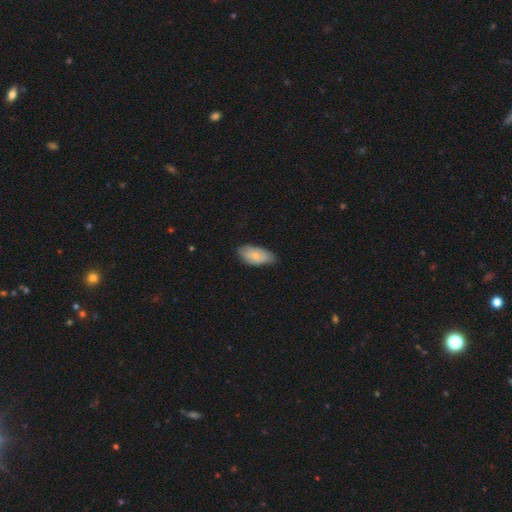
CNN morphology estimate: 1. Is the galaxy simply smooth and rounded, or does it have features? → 76% smooth, 18% featured or disk, 6% star or artifact.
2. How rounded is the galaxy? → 94% in between, 3% cigar-shaped, 3% round.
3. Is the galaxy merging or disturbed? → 63% none, 31% minor disturbance, 5% major disturbance, 1% merger.